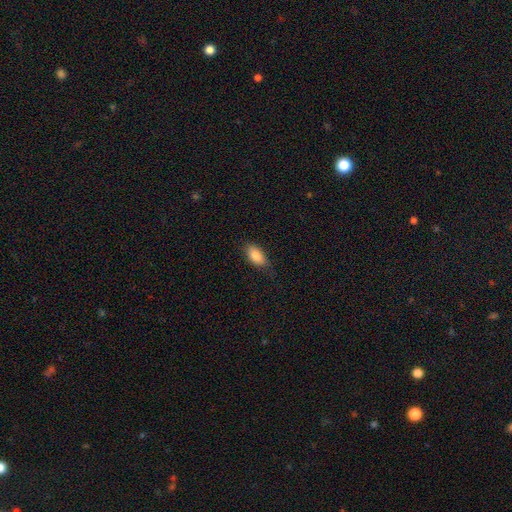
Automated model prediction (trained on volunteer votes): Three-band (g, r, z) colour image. It shows a smooth galaxy with no disk features (85%) that is in between round and cigar-shaped (91%). Merging: none (74%).